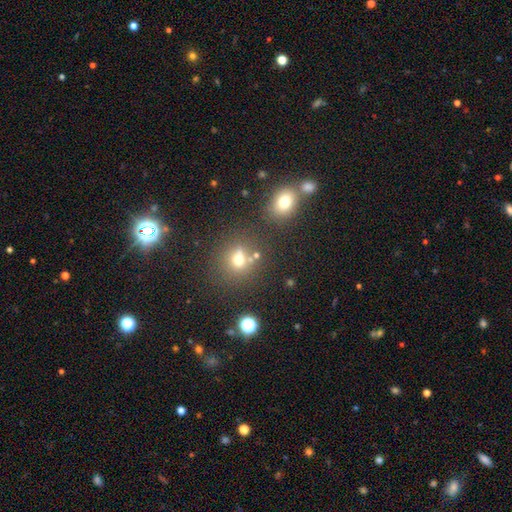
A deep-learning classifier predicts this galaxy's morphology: Smooth or featured?
  - smooth: 61% *
  - star or artifact: 25%
  - featured or disk: 14%
How rounded?
  - round: 78% *
  - in between: 21%
  - cigar-shaped: 2%
Merging?
  - none: 65% *
  - merger: 18%
  - minor disturbance: 11%
  - major disturbance: 6%